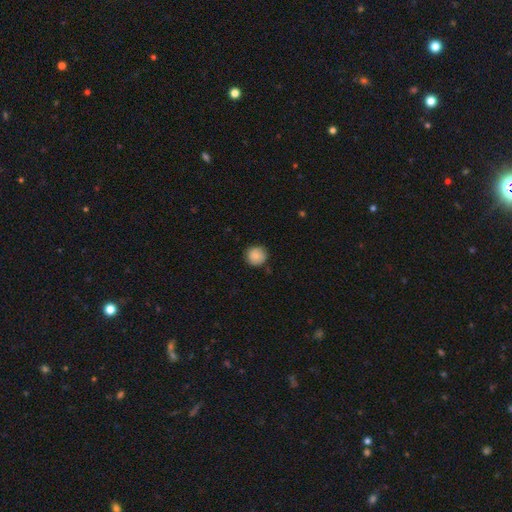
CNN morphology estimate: A smooth galaxy with no disk features (84%) that is round (93%).

Vote fractions:
- Smooth or featured? smooth: 84% / featured or disk: 8% / star or artifact: 8%
- How rounded? round: 93% / in between: 6% / cigar-shaped: 1%
- Merging? none: 84% / minor disturbance: 12% / major disturbance: 2% / merger: 1%